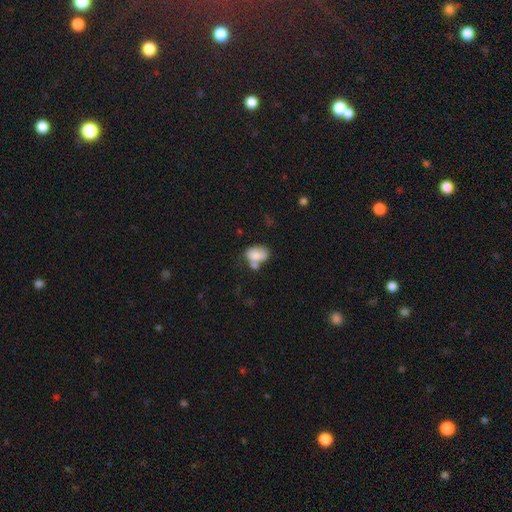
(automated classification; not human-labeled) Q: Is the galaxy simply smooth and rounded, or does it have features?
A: smooth — 77%.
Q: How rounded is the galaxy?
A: in between — 80%.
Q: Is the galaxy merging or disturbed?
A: merger — 40%.